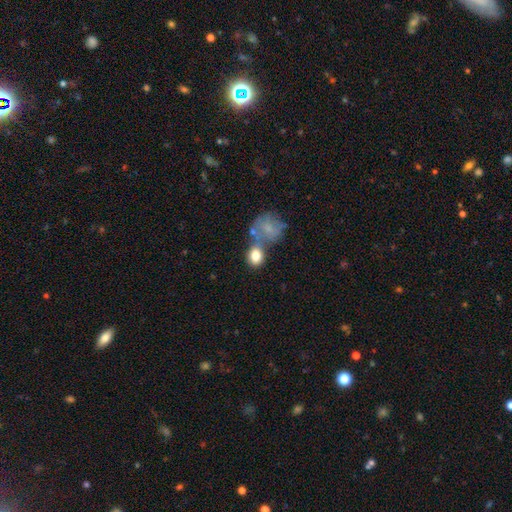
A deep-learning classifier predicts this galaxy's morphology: Smooth or featured? smooth (81%)
How rounded? round (54%)
Merging? none (41%)